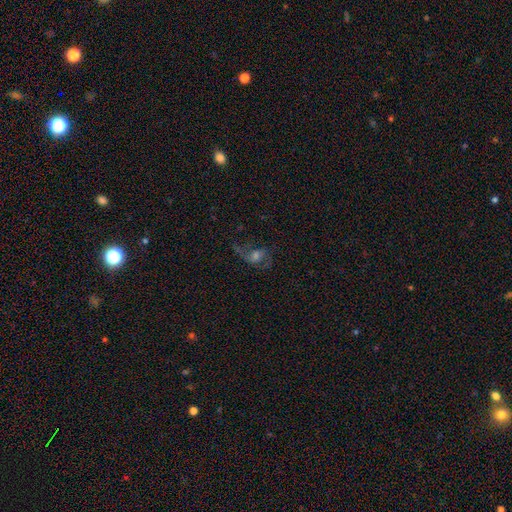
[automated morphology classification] Smooth or featured? featured or disk (64%)
Edge-on disk? no (96%)
Bar? no (54%)
Spiral arms? yes (86%)
Spiral winding? loose (67%)
Spiral arm count? 2 (74%)
Bulge size? moderate (49%)
Merging? none (50%)